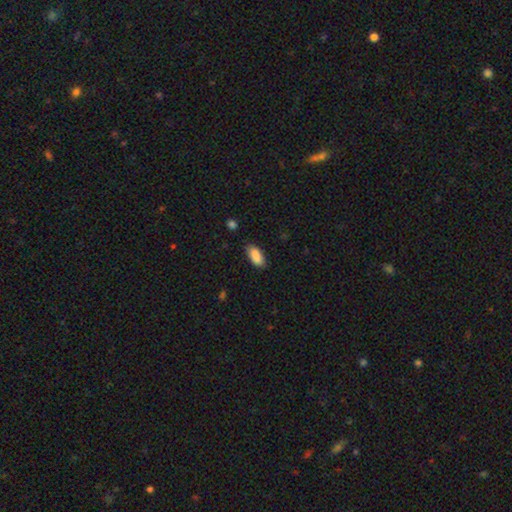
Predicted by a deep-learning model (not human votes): This is clearly a smooth galaxy (89%). How rounded: clearly in between (86%). Merging: clearly none (82%).